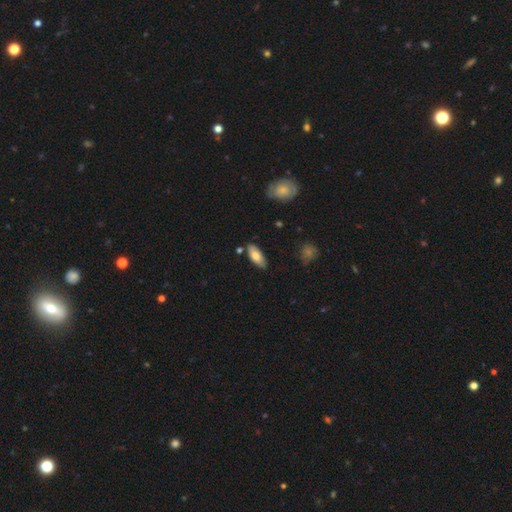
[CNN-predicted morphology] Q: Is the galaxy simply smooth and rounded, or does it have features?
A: smooth — 76%.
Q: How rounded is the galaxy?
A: in between — 82%.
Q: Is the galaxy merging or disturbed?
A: none — 81%.